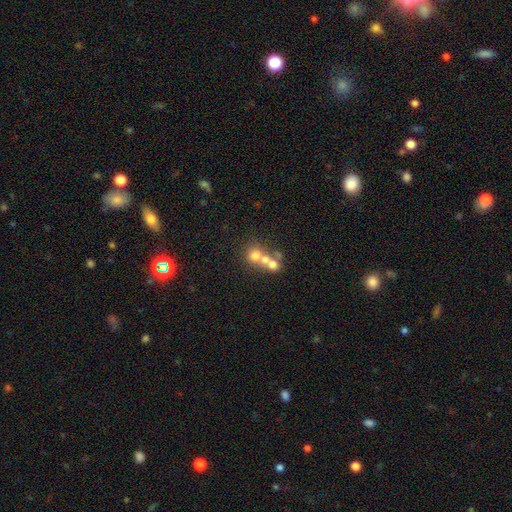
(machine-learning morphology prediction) Smooth or featured: smooth — 62% (featured or disk — 24%)
How rounded: round — 80% (in between — 19%)
Merging: merger — 62% (none — 28%)